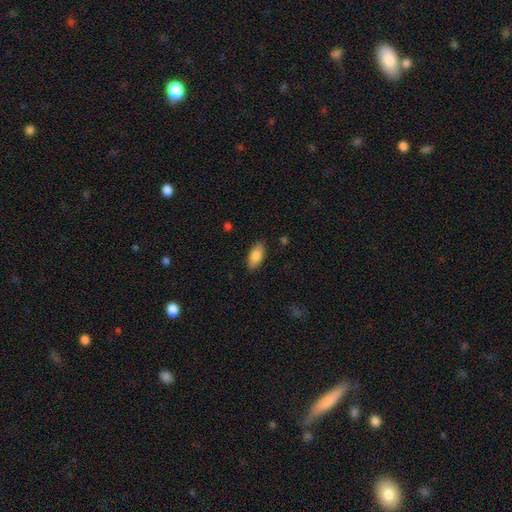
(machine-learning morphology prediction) type=smooth (83%); roundness=in between (88%); merging=none (87%).